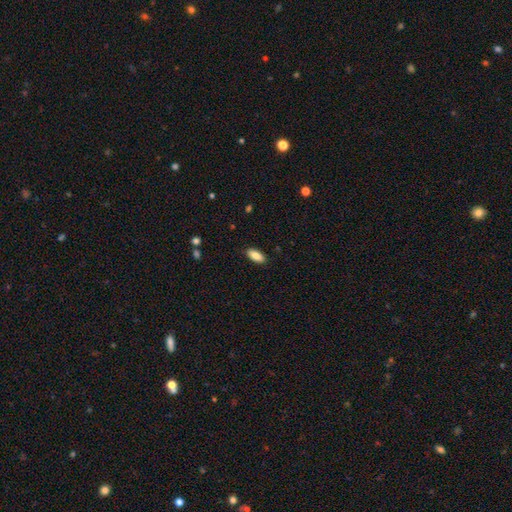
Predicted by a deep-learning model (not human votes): A smooth galaxy with no disk features (87%) that is in between round and cigar-shaped (85%).

Vote fractions:
- Smooth or featured? smooth: 87% / star or artifact: 7% / featured or disk: 6%
- How rounded? in between: 85% / cigar-shaped: 13% / round: 2%
- Merging? none: 88% / minor disturbance: 8% / major disturbance: 2% / merger: 1%